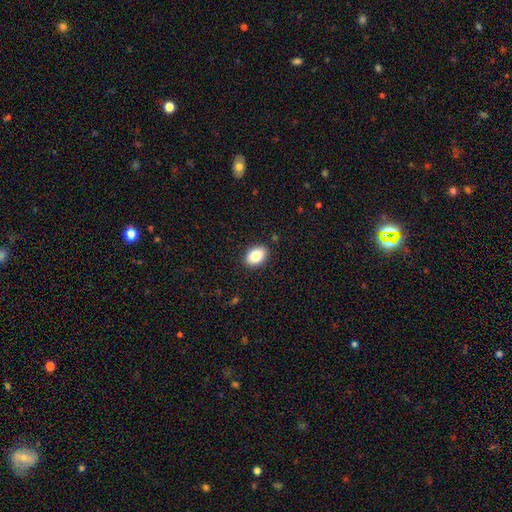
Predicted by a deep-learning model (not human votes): Smooth or featured?
  - smooth: 85% *
  - star or artifact: 8%
  - featured or disk: 7%
How rounded?
  - in between: 82% *
  - round: 17%
  - cigar-shaped: 1%
Merging?
  - none: 89% *
  - minor disturbance: 8%
  - major disturbance: 2%
  - merger: 1%